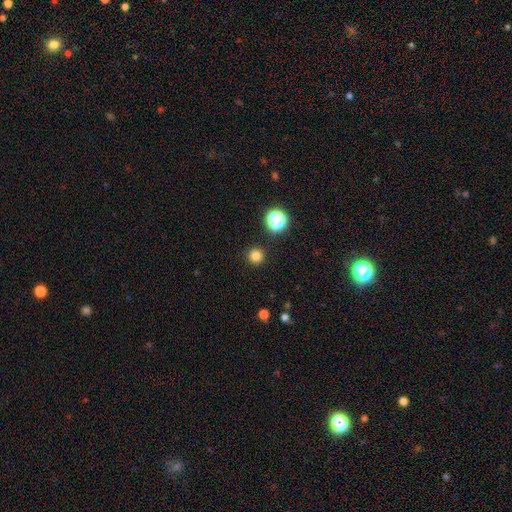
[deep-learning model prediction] Q: Smooth or featured?
A: smooth (81%); runner-up: star or artifact (15%)
Q: How rounded?
A: round (95%); runner-up: in between (4%)
Q: Merging?
A: none (92%); runner-up: minor disturbance (5%)